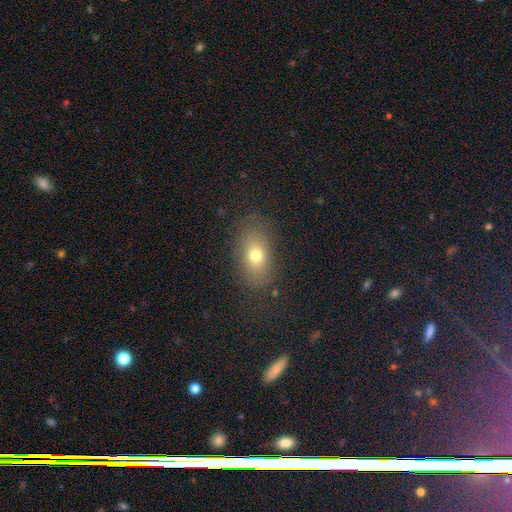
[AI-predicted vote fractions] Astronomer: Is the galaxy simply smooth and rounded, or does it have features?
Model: smooth — 72%.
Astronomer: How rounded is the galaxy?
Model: in between — 81%.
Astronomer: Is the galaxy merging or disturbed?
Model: none — 80%.